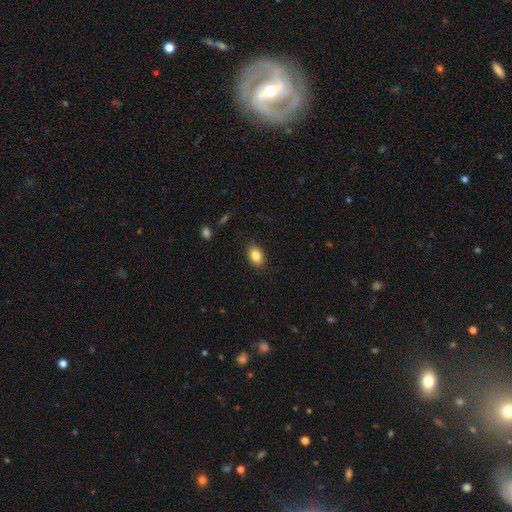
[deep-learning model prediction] A smooth galaxy with no disk features (85%) that is in between round and cigar-shaped (82%).

Vote fractions:
- Smooth or featured? smooth: 85% / star or artifact: 8% / featured or disk: 6%
- How rounded? in between: 82% / round: 16% / cigar-shaped: 1%
- Merging? none: 86% / minor disturbance: 10% / major disturbance: 3% / merger: 1%